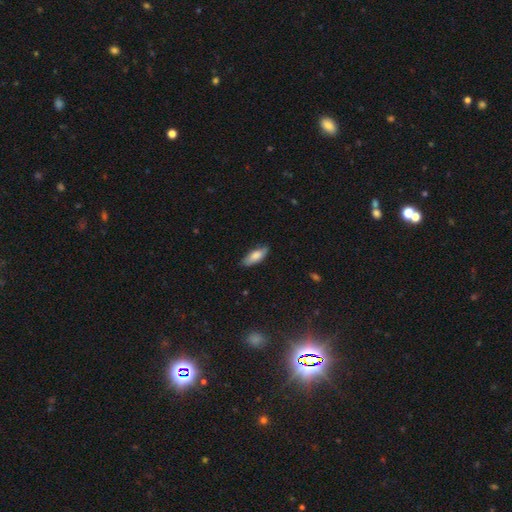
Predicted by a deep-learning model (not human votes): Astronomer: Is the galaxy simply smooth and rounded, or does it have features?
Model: smooth — 78%.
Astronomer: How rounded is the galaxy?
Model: in between — 71%.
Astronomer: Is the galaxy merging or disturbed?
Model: none — 79%.